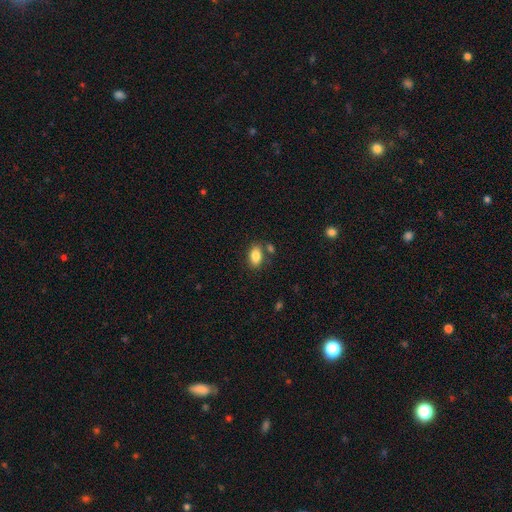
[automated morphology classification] type=smooth (85%); roundness=in between (90%); merging=none (75%).